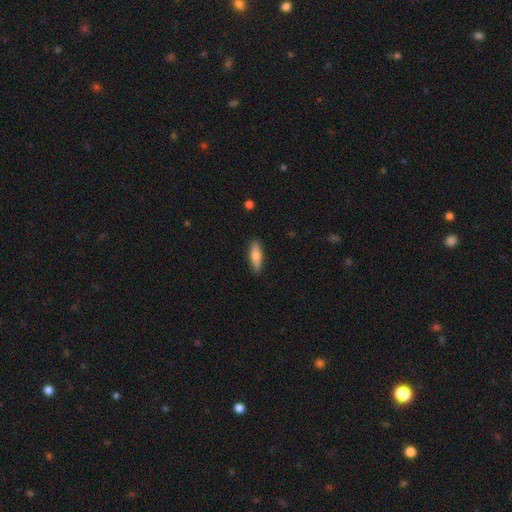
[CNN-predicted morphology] Smooth or featured? smooth (68%)
How rounded? cigar-shaped (55%)
Merging? none (87%)